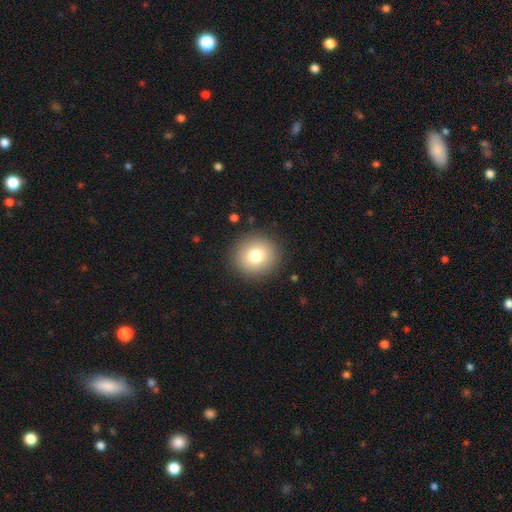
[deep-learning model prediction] This appears to be a smooth galaxy with no disk features (78%) that is round (91%). Merging: none (89%).